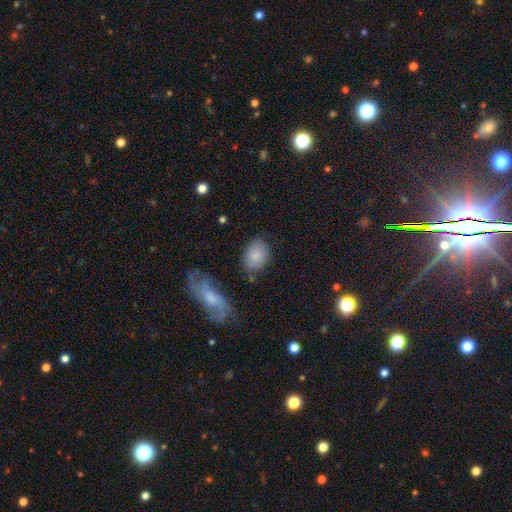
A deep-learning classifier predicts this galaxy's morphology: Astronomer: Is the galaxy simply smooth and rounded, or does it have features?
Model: smooth — 83%.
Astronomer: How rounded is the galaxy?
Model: in between — 79%.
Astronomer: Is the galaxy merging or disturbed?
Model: none — 74%.